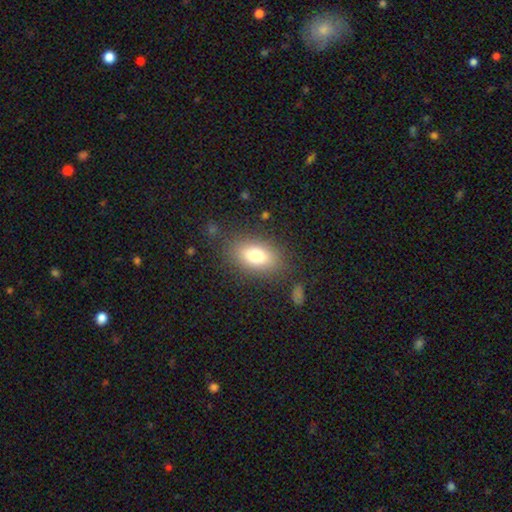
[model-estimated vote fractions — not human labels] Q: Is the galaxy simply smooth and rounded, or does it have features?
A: smooth — 77%.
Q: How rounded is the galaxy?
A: in between — 85%.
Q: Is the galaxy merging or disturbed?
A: none — 82%.